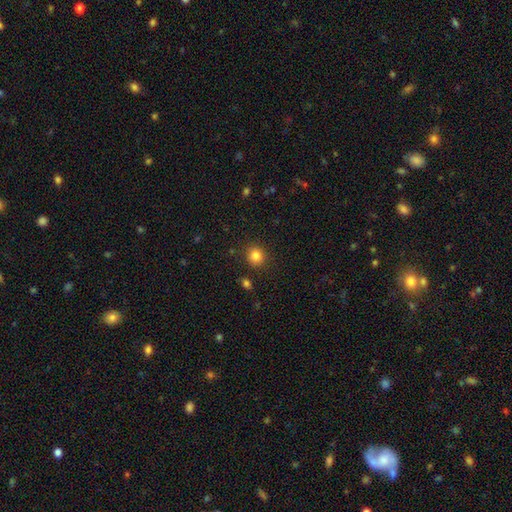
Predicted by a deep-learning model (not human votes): Overall: smooth (84%). How rounded: round (87%). Merging: none (89%).